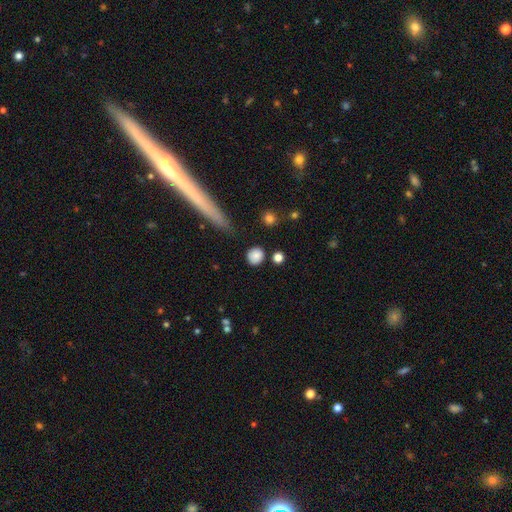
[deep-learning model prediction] smooth_or_featured: smooth (p=0.84) [alt: star or artifact p=0.09]
how_rounded: round (p=0.87) [alt: in between p=0.11]
merging: none (p=0.83) [alt: minor disturbance p=0.10]